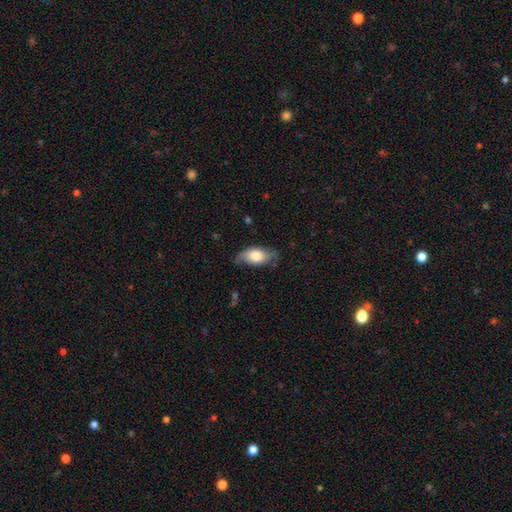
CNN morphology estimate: This appears to be a smooth galaxy with no disk features (65%) that is in between round and cigar-shaped (90%). Merging: none (67%).